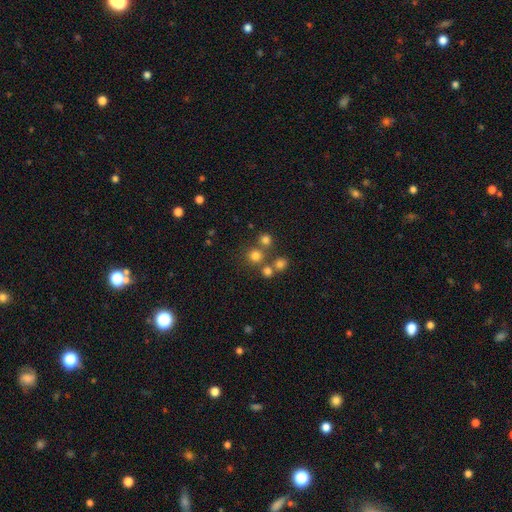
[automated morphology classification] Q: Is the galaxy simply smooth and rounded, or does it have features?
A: smooth — 73%.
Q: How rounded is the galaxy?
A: round — 91%.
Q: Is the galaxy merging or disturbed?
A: none — 68%.